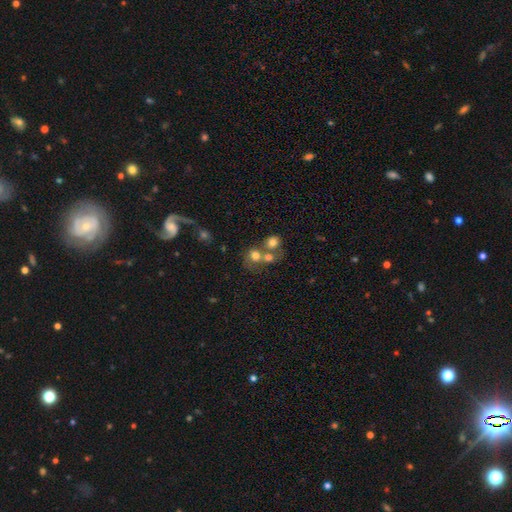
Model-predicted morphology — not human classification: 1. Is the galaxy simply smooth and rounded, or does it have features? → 68% smooth, 18% featured or disk, 14% star or artifact.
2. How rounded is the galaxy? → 76% round, 23% in between, 1% cigar-shaped.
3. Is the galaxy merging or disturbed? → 55% merger, 32% none, 7% minor disturbance, 6% major disturbance.